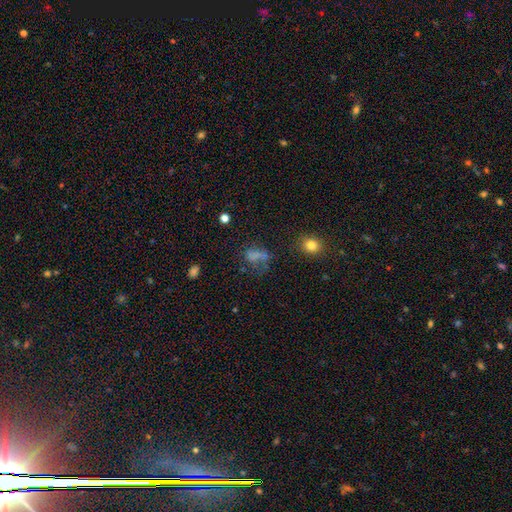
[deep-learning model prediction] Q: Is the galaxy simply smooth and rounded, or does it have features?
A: smooth — 61%.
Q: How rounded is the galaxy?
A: in between — 66%.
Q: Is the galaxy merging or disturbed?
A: none — 38%.